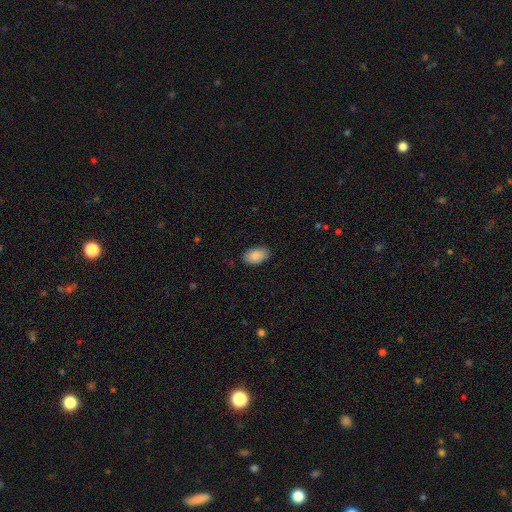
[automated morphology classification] This is clearly a smooth galaxy (88%). How rounded: clearly in between (93%). Merging: clearly none (86%).